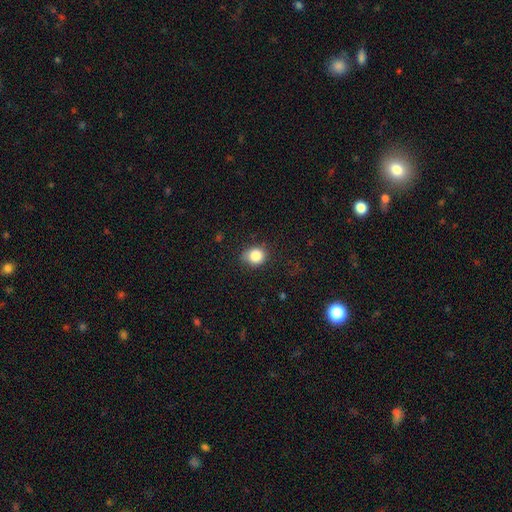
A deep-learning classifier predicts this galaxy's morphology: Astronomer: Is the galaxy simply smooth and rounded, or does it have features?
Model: smooth — 84%.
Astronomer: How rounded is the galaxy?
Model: round — 71%.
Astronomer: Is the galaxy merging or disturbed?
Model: none — 72%.